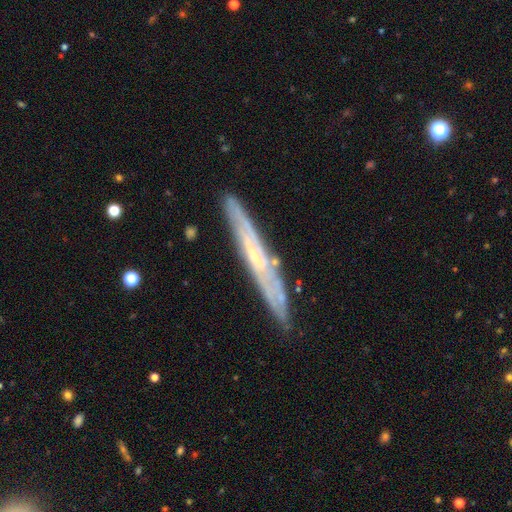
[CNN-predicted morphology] featured or disk 70%, smooth 23%, star or artifact 7%. Down the decision tree: edge-on disk — yes (77%); edge-on bulge — none (60%); merging — none (82%).